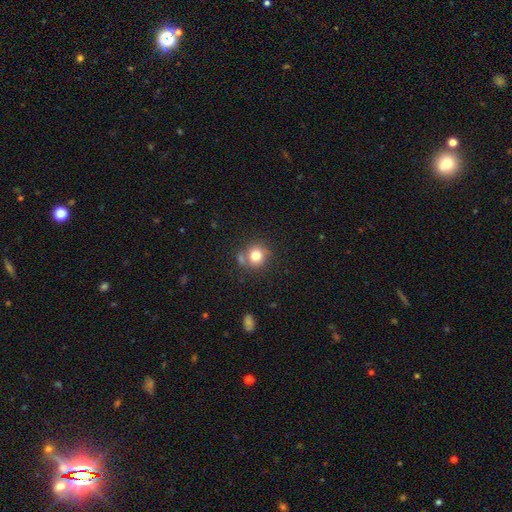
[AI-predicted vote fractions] smooth_or_featured: smooth (p=0.77) [alt: star or artifact p=0.12]
how_rounded: round (p=0.86) [alt: in between p=0.13]
merging: none (p=0.67) [alt: minor disturbance p=0.15]